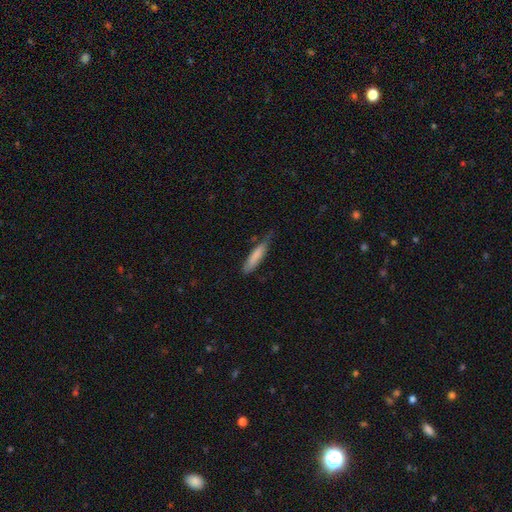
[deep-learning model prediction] This appears to be a smooth galaxy with no disk features (78%) that is cigar-shaped (84%). Merging: none (57%).